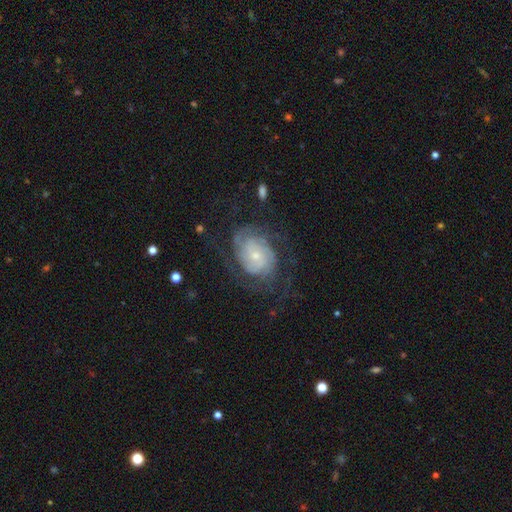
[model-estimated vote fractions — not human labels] Q: Smooth or featured?
A: featured or disk (81%); runner-up: smooth (12%)
Q: Edge-on disk?
A: no (97%); runner-up: yes (3%)
Q: Bar?
A: no (69%); runner-up: weak (26%)
Q: Spiral arms?
A: yes (93%); runner-up: no (7%)
Q: Spiral winding?
A: tight (60%); runner-up: medium (30%)
Q: Spiral arm count?
A: can't tell (37%); runner-up: 2 (28%)
Q: Bulge size?
A: small (69%); runner-up: moderate (25%)
Q: Merging?
A: none (63%); runner-up: minor disturbance (18%)